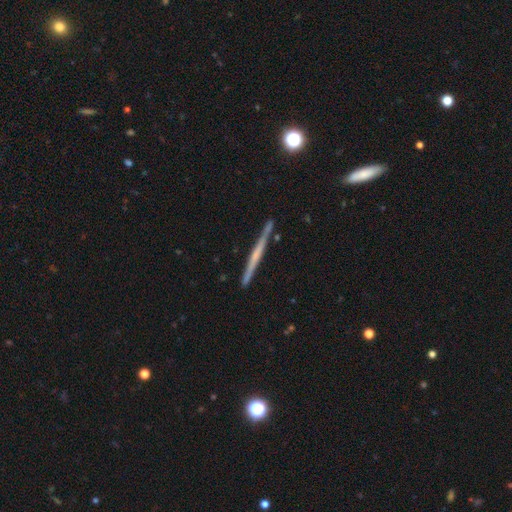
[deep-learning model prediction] Smooth or featured? Predicted: featured or disk (p=0.65). Edge-on disk? Predicted: yes (p=0.98). Edge-on bulge? Predicted: none (p=0.65). Merging? Predicted: none (p=0.88).